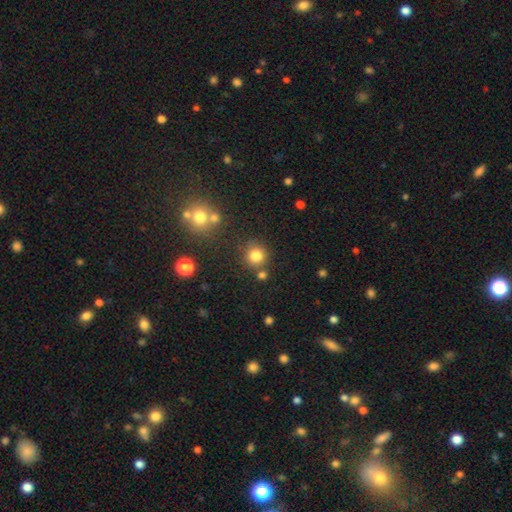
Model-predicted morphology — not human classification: A smooth galaxy with no disk features (81%) that is round (92%).

Vote fractions:
- Smooth or featured? smooth: 81% / star or artifact: 13% / featured or disk: 6%
- How rounded? round: 92% / in between: 7% / cigar-shaped: 1%
- Merging? none: 79% / minor disturbance: 9% / merger: 9% / major disturbance: 3%